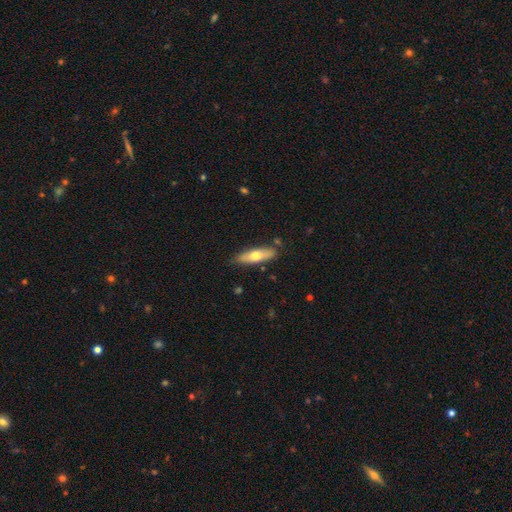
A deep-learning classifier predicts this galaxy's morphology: smooth-or-featured: smooth: 59% | featured or disk: 35% | star or artifact: 5%
  how-rounded: cigar-shaped: 57% | in between: 41% | round: 2%
  merging: none: 84% | minor disturbance: 12% | merger: 2% | major disturbance: 2%